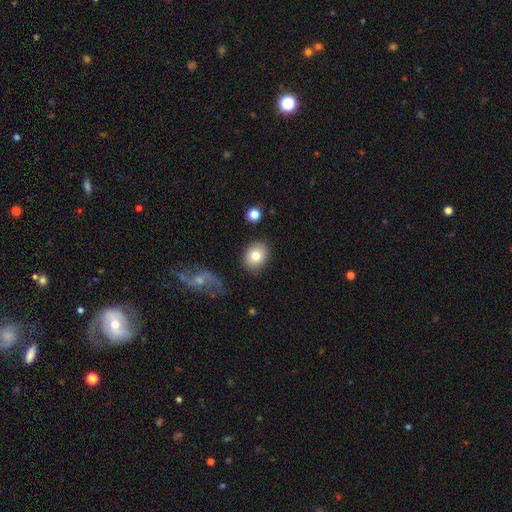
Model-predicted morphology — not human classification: Q: Smooth or featured?
A: smooth (81%); runner-up: featured or disk (12%)
Q: How rounded?
A: in between (51%); runner-up: round (48%)
Q: Merging?
A: none (83%); runner-up: minor disturbance (11%)